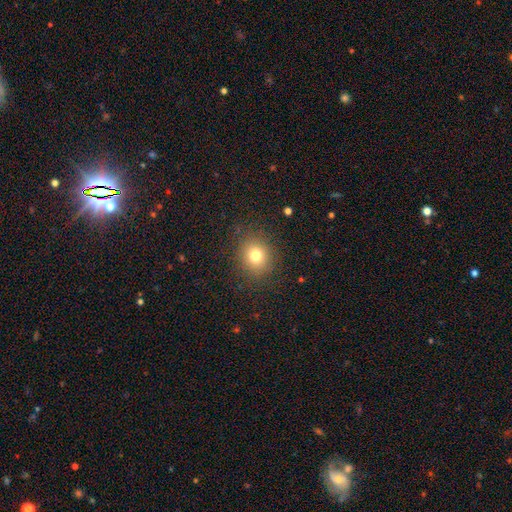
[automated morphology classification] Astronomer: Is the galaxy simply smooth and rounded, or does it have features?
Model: smooth — 77%.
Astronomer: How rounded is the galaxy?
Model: round — 79%.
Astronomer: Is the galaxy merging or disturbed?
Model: none — 87%.